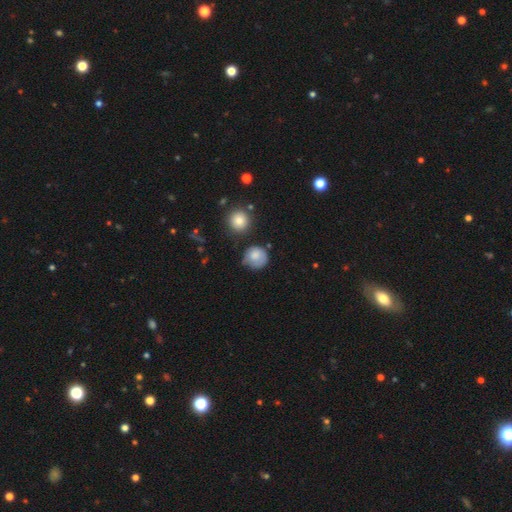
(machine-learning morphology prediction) A smooth galaxy with no disk features (76%) that is round (86%).

Vote fractions:
- Smooth or featured? smooth: 76% / featured or disk: 15% / star or artifact: 8%
- How rounded? round: 86% / in between: 13% / cigar-shaped: 1%
- Merging? none: 55% / minor disturbance: 29% / major disturbance: 12% / merger: 4%